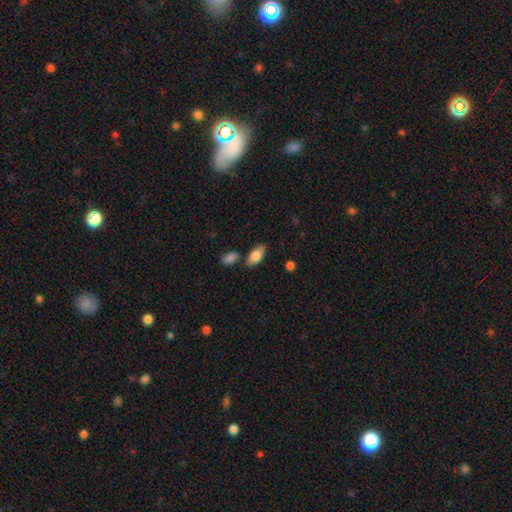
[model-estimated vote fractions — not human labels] smooth-or-featured: smooth: 79% | featured or disk: 15% | star or artifact: 7%
  how-rounded: in between: 87% | cigar-shaped: 10% | round: 3%
  merging: none: 75% | minor disturbance: 13% | merger: 9% | major disturbance: 3%